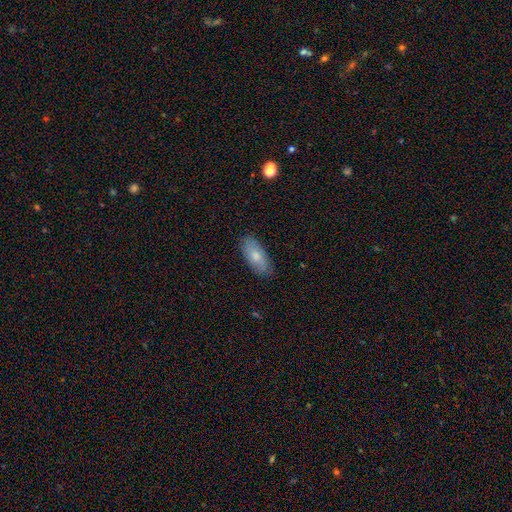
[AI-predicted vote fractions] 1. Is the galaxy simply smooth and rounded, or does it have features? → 73% smooth, 21% featured or disk, 6% star or artifact.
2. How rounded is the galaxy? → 85% in between, 13% cigar-shaped, 2% round.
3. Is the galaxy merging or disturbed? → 85% none, 11% minor disturbance, 2% major disturbance, 1% merger.